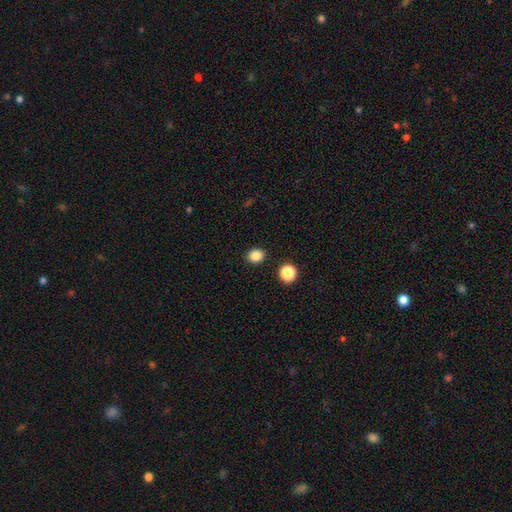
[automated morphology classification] The model was most divided on "how rounded": round: 66%, in between: 33%, cigar-shaped: 1%. More confident: merging — none (89%); smooth or featured — smooth (85%).